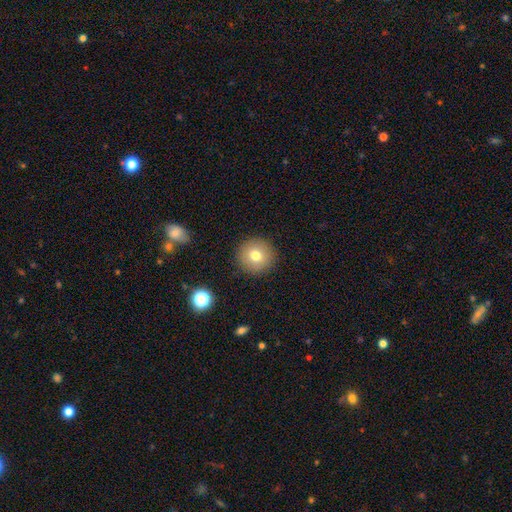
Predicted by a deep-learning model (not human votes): Smooth or featured: smooth — 75% (featured or disk — 14%)
How rounded: round — 94% (in between — 5%)
Merging: none — 90% (minor disturbance — 6%)